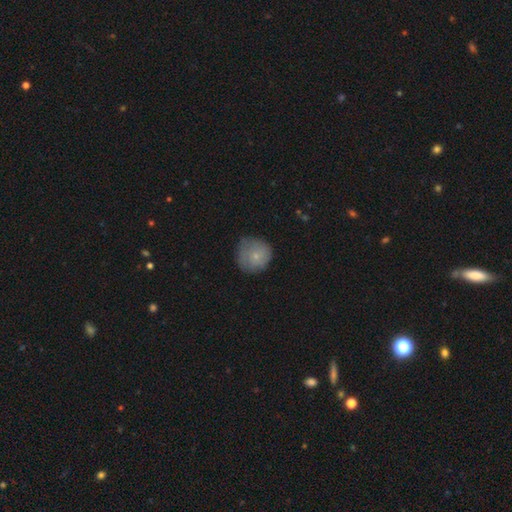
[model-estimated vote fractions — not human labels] Morphology: type=smooth (74%); roundness=round (90%); merging=none (66%).